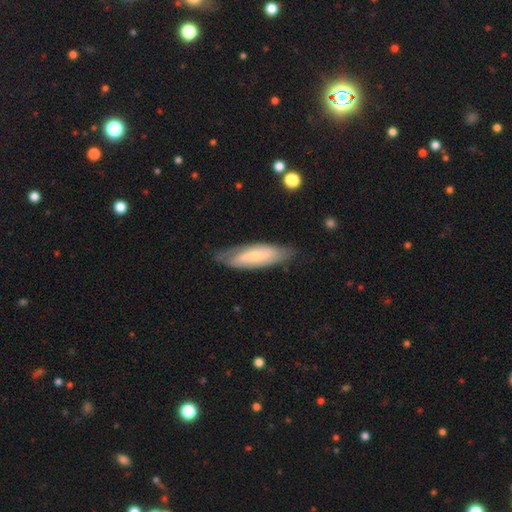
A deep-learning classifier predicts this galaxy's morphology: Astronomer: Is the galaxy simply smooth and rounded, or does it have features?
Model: smooth — 49% (runner-up: featured or disk, 45%).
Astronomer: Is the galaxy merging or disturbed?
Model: none — 73%.